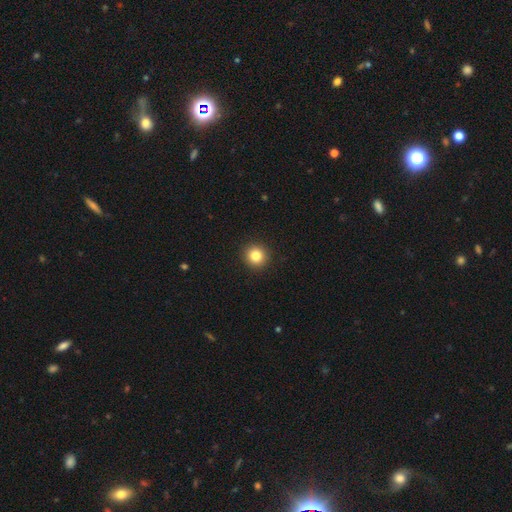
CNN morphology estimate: Smooth or featured?
  - smooth: 83% *
  - star or artifact: 11%
  - featured or disk: 6%
How rounded?
  - round: 93% *
  - in between: 6%
  - cigar-shaped: 1%
Merging?
  - none: 92% *
  - minor disturbance: 5%
  - major disturbance: 2%
  - merger: 1%